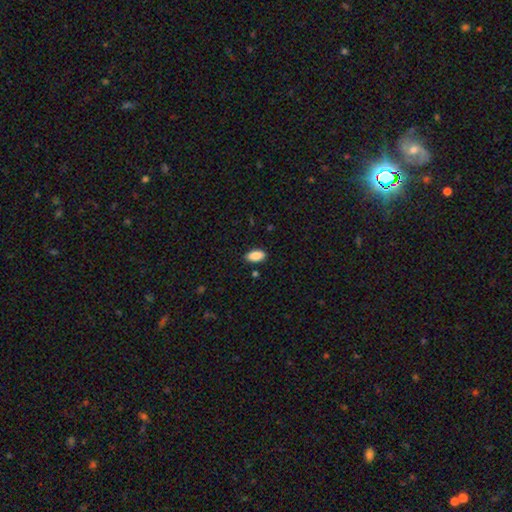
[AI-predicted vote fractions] smooth-or-featured: smooth: 89% | star or artifact: 7% | featured or disk: 4%
  how-rounded: in between: 93% | cigar-shaped: 4% | round: 3%
  merging: none: 88% | minor disturbance: 9% | major disturbance: 2% | merger: 1%